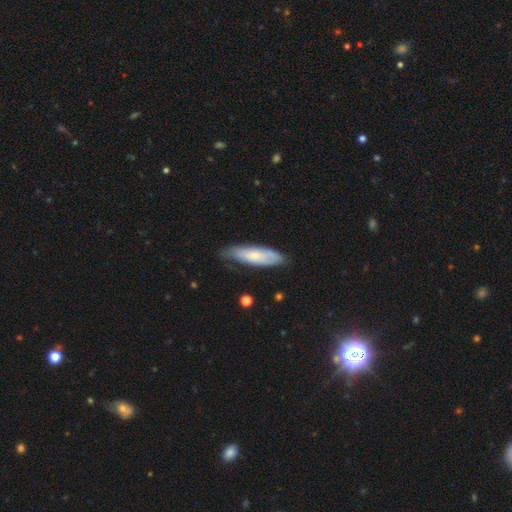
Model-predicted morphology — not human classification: This is possibly a smooth galaxy (58%). How rounded: possibly cigar-shaped (50%). Merging: likely none (62%).